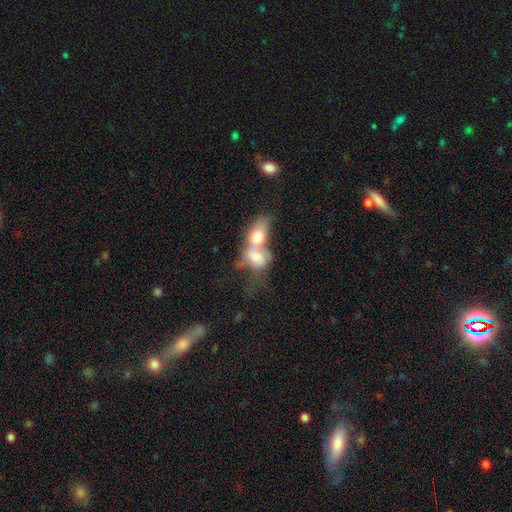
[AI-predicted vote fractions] This appears to be a smooth galaxy with no disk features (60%) that is in between round and cigar-shaped (75%). Merging: merger (79%).